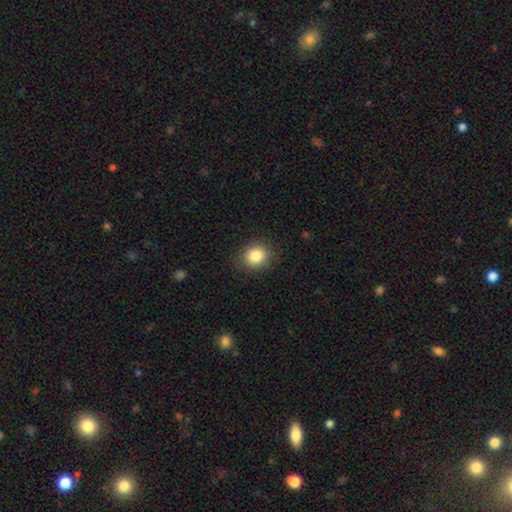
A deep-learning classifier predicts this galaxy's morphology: type=smooth (85%); roundness=round (71%); merging=none (87%).